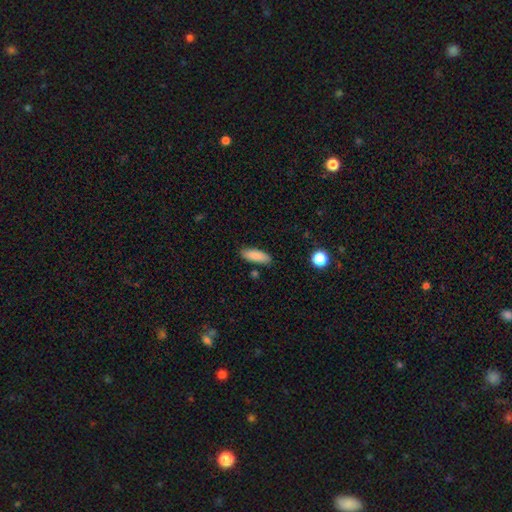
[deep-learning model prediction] A smooth galaxy with no disk features (86%) that is in between round and cigar-shaped (66%). Merging: none (84%).